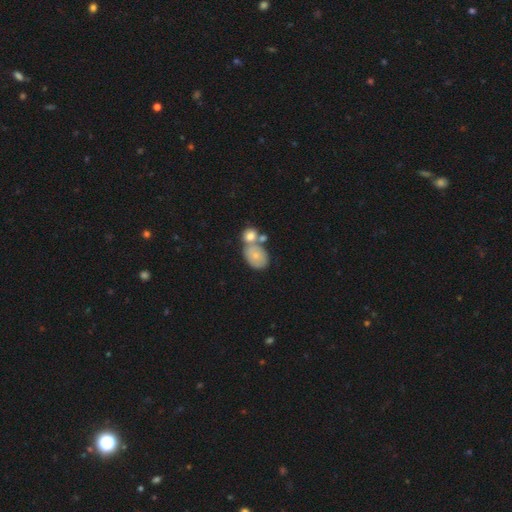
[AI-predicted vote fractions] Overall: smooth (70%). How rounded: in between (72%). Merging: merger (51%; none 32%).